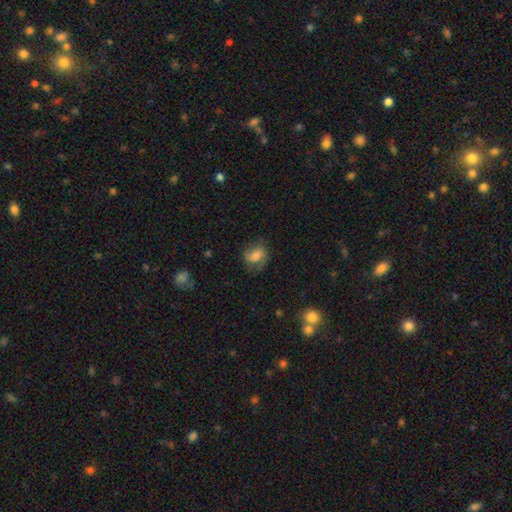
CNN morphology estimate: Smooth or featured?
  - smooth: 64% *
  - featured or disk: 27%
  - star or artifact: 9%
How rounded?
  - in between: 54% *
  - round: 44%
  - cigar-shaped: 2%
Merging?
  - none: 64% *
  - minor disturbance: 23%
  - major disturbance: 11%
  - merger: 1%